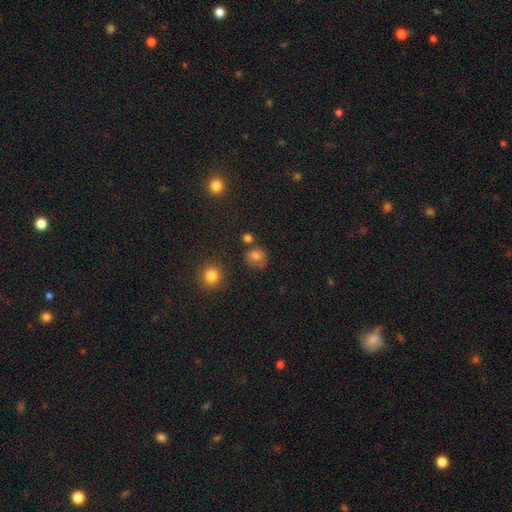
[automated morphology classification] Q: Smooth or featured?
A: smooth (74%); runner-up: star or artifact (14%)
Q: How rounded?
A: round (74%); runner-up: in between (25%)
Q: Merging?
A: none (64%); runner-up: minor disturbance (21%)